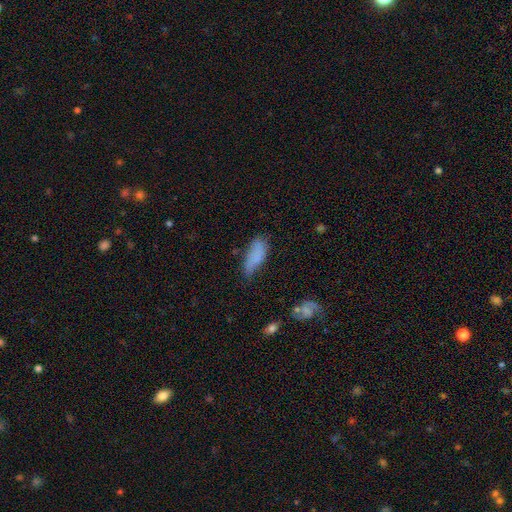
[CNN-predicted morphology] The model was most divided on "merging": none: 43%, minor disturbance: 38%, major disturbance: 15%, merger: 4%. More confident: smooth or featured — smooth (76%); how rounded — in between (76%).